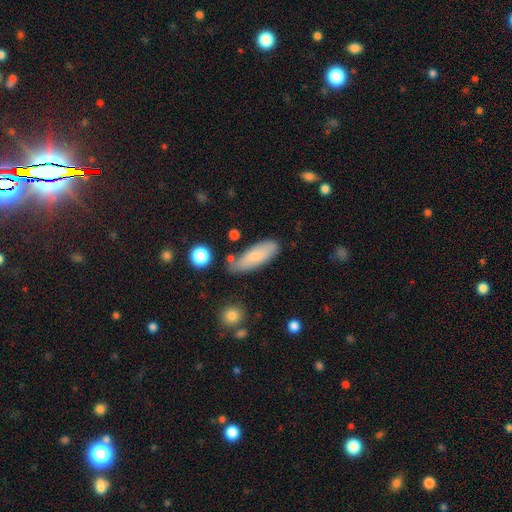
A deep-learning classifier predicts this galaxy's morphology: Smooth or featured: smooth — 76% (featured or disk — 17%)
How rounded: in between — 62% (cigar-shaped — 36%)
Merging: none — 73% (minor disturbance — 19%)